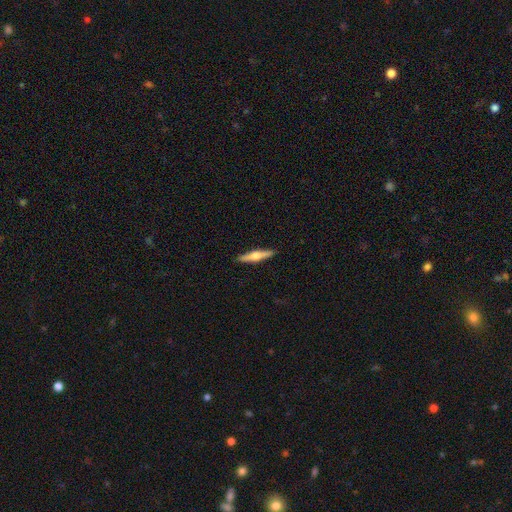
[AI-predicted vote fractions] Smooth or featured? featured or disk (61%)
Edge-on disk? yes (97%)
Edge-on bulge? rounded (90%)
Merging? none (91%)